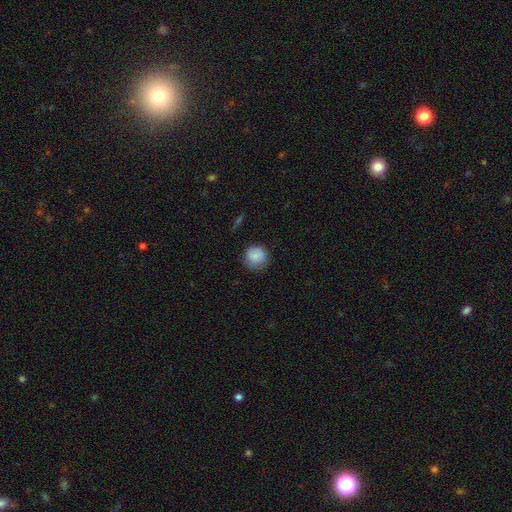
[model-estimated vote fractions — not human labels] smooth_or_featured: smooth (p=0.86) [alt: star or artifact p=0.08]
how_rounded: round (p=0.90) [alt: in between p=0.09]
merging: none (p=0.78) [alt: minor disturbance p=0.17]